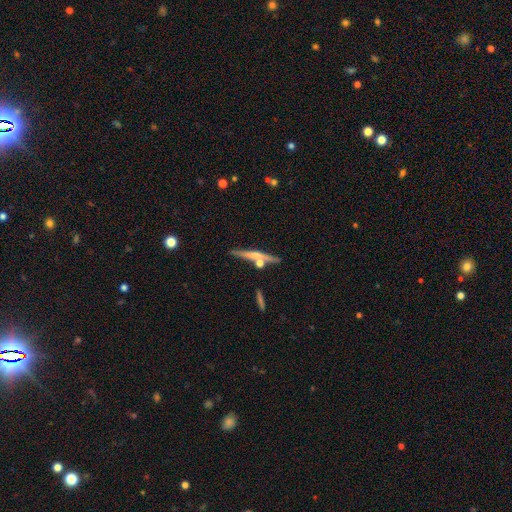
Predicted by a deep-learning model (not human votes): smooth-or-featured: featured or disk: 58% | smooth: 35% | star or artifact: 7%
  disk-edge-on: yes: 96% | no: 4%
    edge-on-bulge: rounded: 60% | none: 32% | boxy: 8%
  merging: none: 76% | merger: 12% | minor disturbance: 10% | major disturbance: 2%